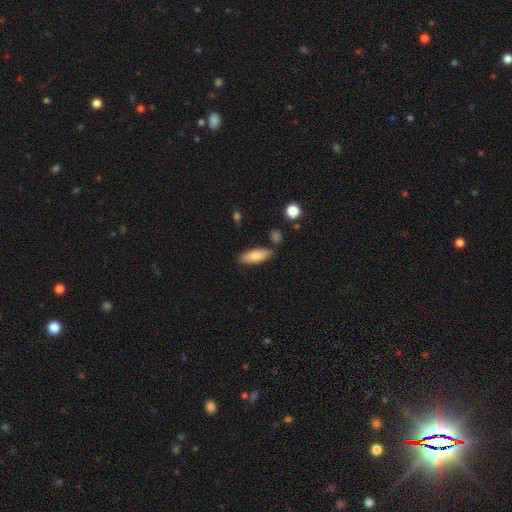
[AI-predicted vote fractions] Smooth or featured: smooth — 81% (featured or disk — 12%)
How rounded: in between — 70% (cigar-shaped — 28%)
Merging: none — 82% (minor disturbance — 12%)